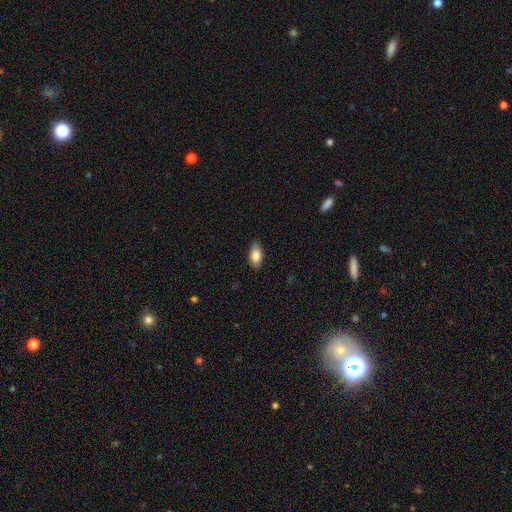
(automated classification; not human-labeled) smooth-or-featured: smooth: 80% | featured or disk: 14% | star or artifact: 7%
  how-rounded: in between: 88% | cigar-shaped: 8% | round: 4%
  merging: none: 84% | minor disturbance: 13% | major disturbance: 2% | merger: 1%